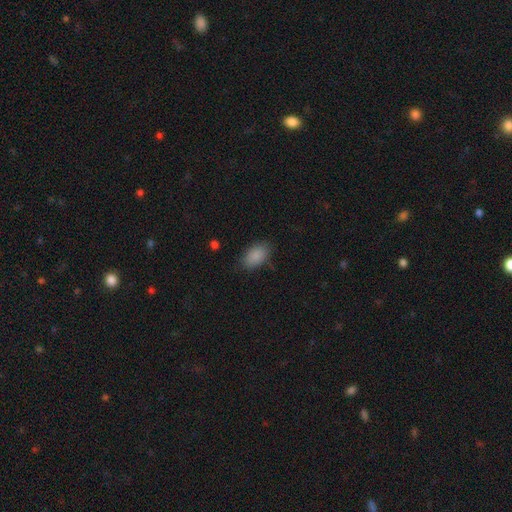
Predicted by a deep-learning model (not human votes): smooth_or_featured: smooth (p=0.88) [alt: star or artifact p=0.08]
how_rounded: in between (p=0.92) [alt: round p=0.06]
merging: none (p=0.81) [alt: minor disturbance p=0.14]